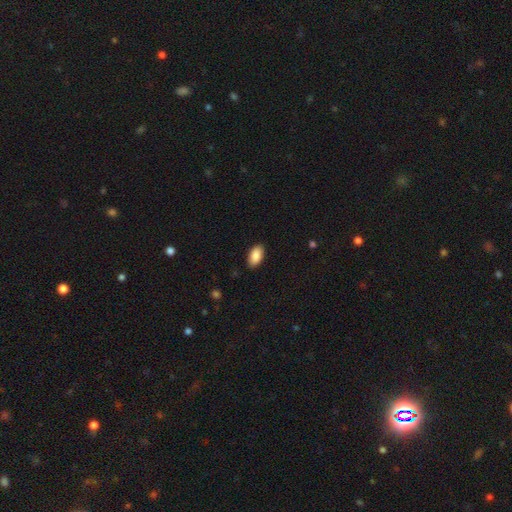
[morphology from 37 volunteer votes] Volunteers were most divided on "merging": none: 89%, minor disturbance: 9%, major disturbance: 3%, merger: 0%. More confident: how rounded — in between (94%); smooth or featured — smooth (92%).